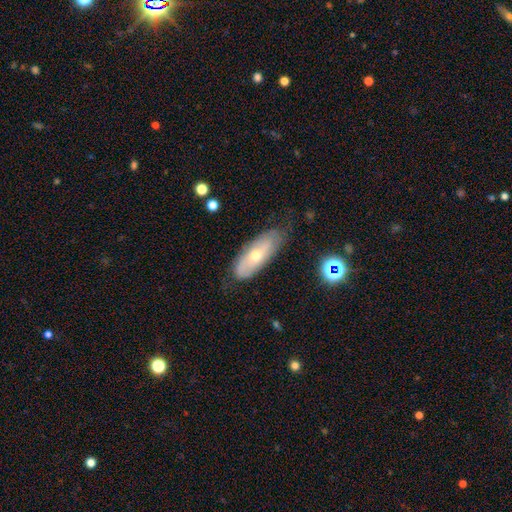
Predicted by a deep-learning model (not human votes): Overall: featured or disk (48%; smooth 44%). Merging: none (71%).